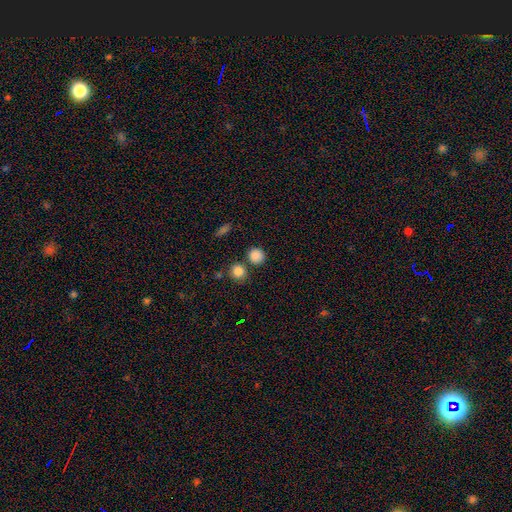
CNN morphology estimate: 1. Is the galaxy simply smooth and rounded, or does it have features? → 85% smooth, 11% star or artifact, 4% featured or disk.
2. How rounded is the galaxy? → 89% round, 10% in between, 1% cigar-shaped.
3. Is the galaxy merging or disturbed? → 78% none, 11% merger, 8% minor disturbance, 3% major disturbance.